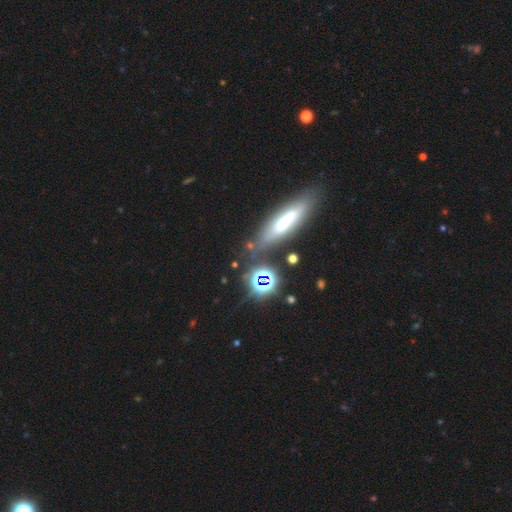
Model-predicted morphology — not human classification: A featured or disk galaxy (47%). Merging: none (74%).